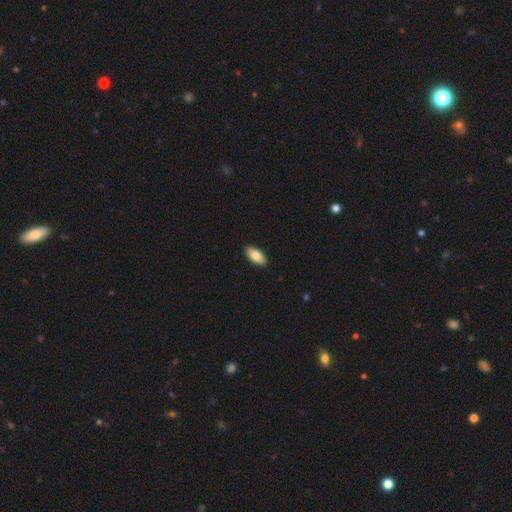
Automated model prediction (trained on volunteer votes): smooth 81%, featured or disk 13%, star or artifact 6%. Down the decision tree: how rounded — in between (92%); merging — none (91%).